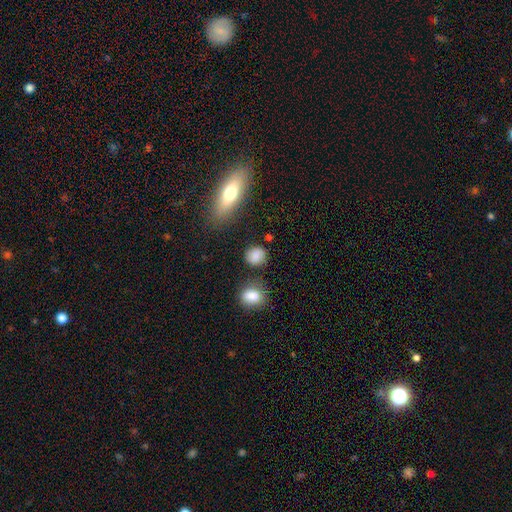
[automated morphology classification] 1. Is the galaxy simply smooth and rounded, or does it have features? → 82% smooth, 10% star or artifact, 8% featured or disk.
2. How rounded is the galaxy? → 74% round, 24% in between, 2% cigar-shaped.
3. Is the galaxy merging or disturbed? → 73% none, 16% minor disturbance, 6% merger, 5% major disturbance.